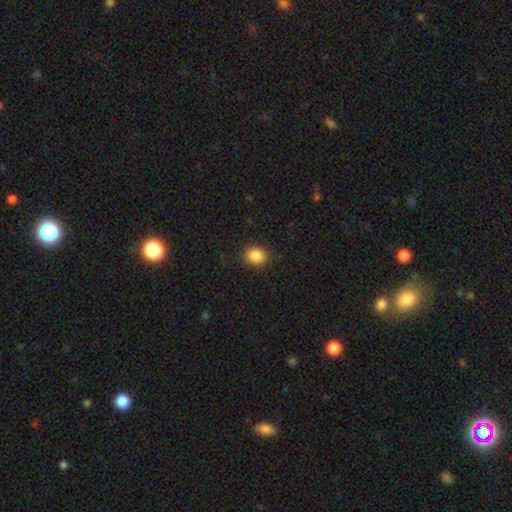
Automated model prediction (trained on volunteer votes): smooth 87%, star or artifact 9%, featured or disk 4%. Down the decision tree: how rounded — round (66%); merging — none (87%).